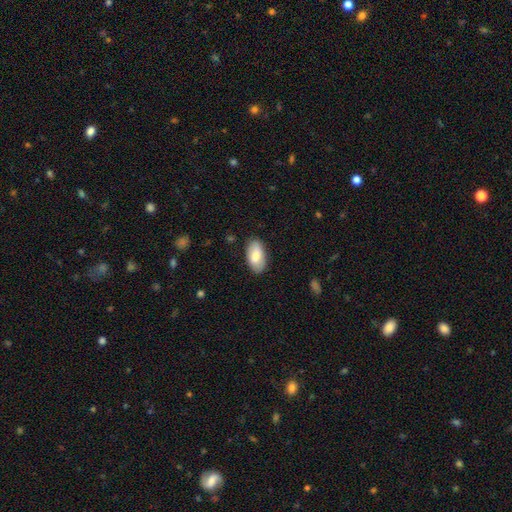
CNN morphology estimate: smooth_or_featured: smooth (p=0.82) [alt: featured or disk p=0.13]
how_rounded: in between (p=0.94) [alt: cigar-shaped p=0.03]
merging: none (p=0.85) [alt: minor disturbance p=0.12]